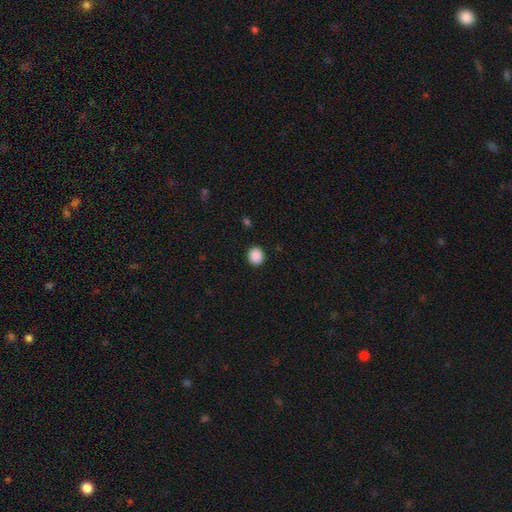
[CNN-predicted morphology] type=smooth (89%); roundness=round (86%); merging=none (92%).